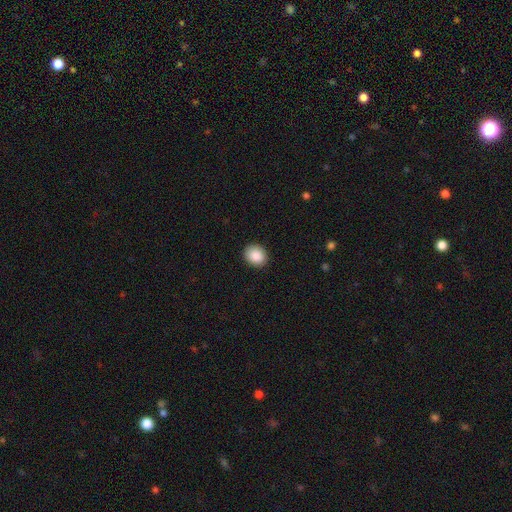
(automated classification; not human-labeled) A smooth galaxy with no disk features (89%) that is round (53%). Merging: none (90%).